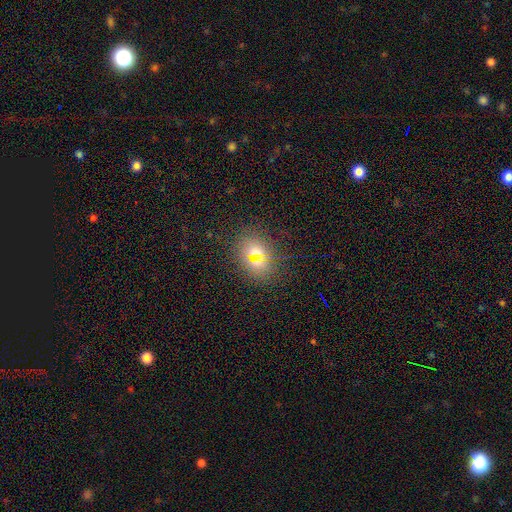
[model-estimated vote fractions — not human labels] smooth 59%, star or artifact 22%, featured or disk 18%. Down the decision tree: how rounded — round (56%); merging — none (73%).